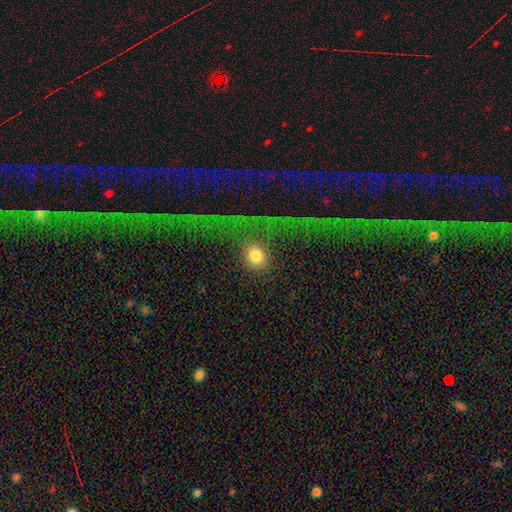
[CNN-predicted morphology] The model was most divided on "merging": none: 58%, major disturbance: 22%, minor disturbance: 14%, merger: 7%. More confident: smooth or featured — smooth (74%); how rounded — round (71%).